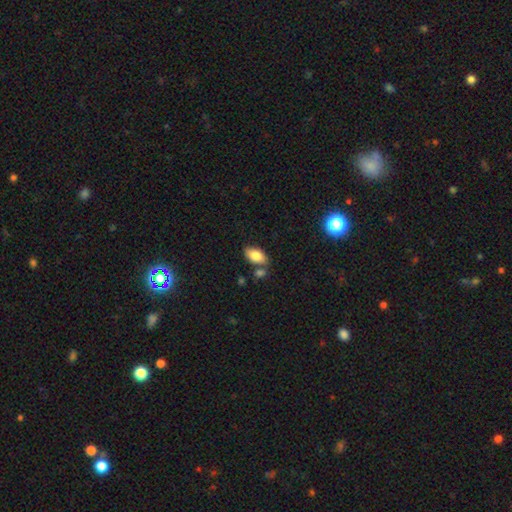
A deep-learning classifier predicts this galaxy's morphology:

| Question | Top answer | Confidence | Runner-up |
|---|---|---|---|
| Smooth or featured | smooth | 80% | featured or disk (13%) |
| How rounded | in between | 93% | round (5%) |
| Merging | none | 70% | merger (14%) |